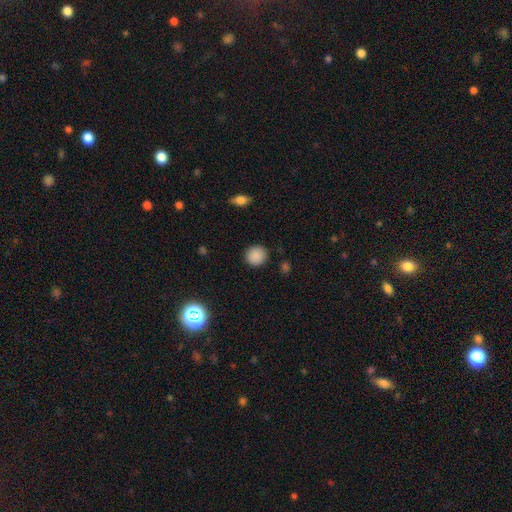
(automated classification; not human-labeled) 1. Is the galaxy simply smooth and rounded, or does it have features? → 87% smooth, 9% star or artifact, 4% featured or disk.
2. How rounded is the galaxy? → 91% round, 8% in between, 1% cigar-shaped.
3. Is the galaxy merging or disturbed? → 89% none, 8% minor disturbance, 2% major disturbance, 1% merger.